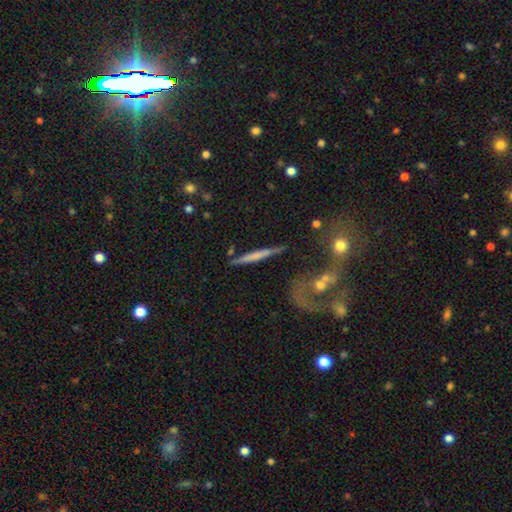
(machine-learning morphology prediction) Smooth or featured? Predicted: smooth (p=0.49). Merging? Predicted: none (p=0.78).